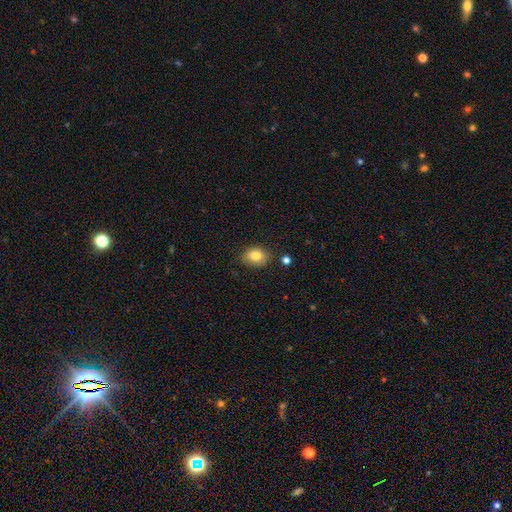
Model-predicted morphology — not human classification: Smooth or featured? Predicted: smooth (p=0.82). How rounded? Predicted: in between (p=0.57). Merging? Predicted: none (p=0.82).